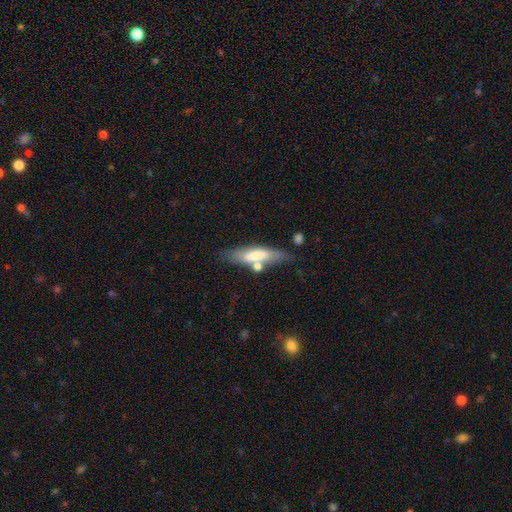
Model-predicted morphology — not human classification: smooth-or-featured: smooth: 59% | featured or disk: 34% | star or artifact: 7%
  how-rounded: cigar-shaped: 75% | in between: 23% | round: 2%
  merging: none: 66% | minor disturbance: 17% | merger: 13% | major disturbance: 5%